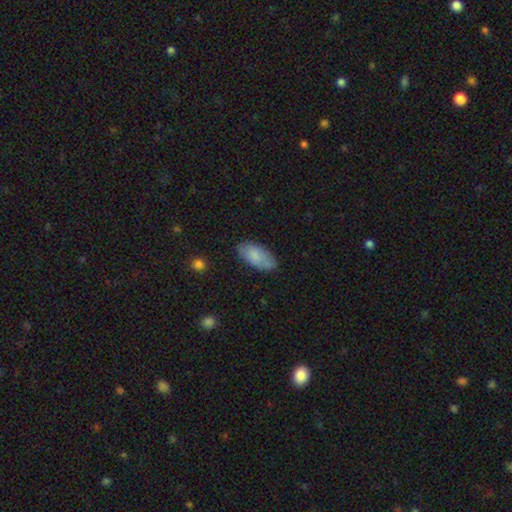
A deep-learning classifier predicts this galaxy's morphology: Q: Smooth or featured?
A: smooth (80%); runner-up: featured or disk (14%)
Q: How rounded?
A: in between (93%); runner-up: cigar-shaped (5%)
Q: Merging?
A: none (79%); runner-up: minor disturbance (16%)